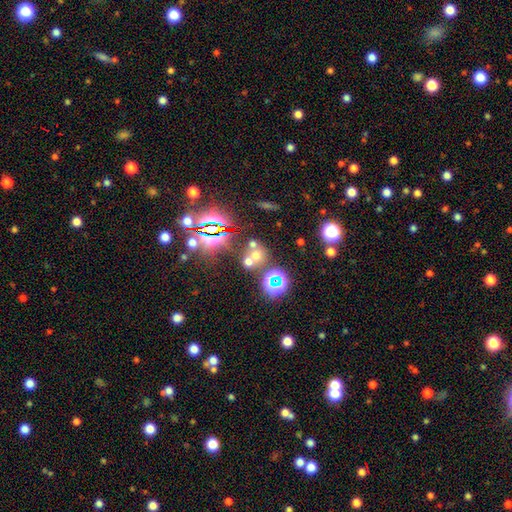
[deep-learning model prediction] Morphology: type=smooth (46%); merging=none (48%).